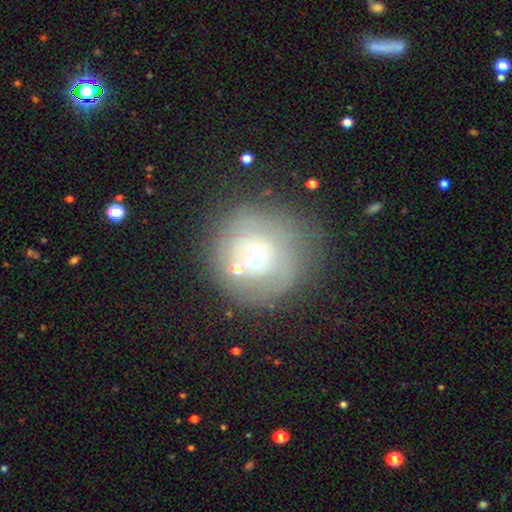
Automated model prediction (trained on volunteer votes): Morphology: type=smooth (49%); merging=none (64%).